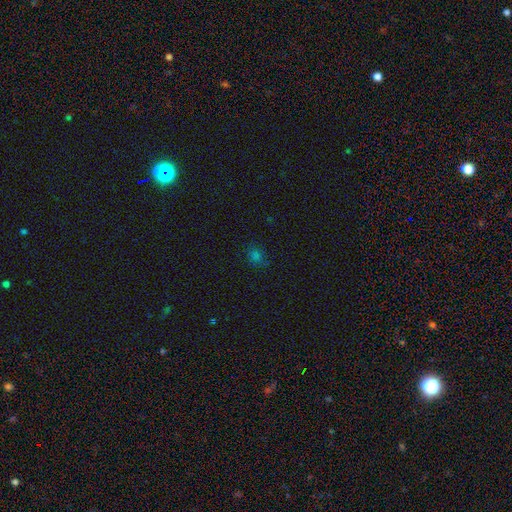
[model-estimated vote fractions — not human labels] A smooth galaxy with no disk features (64%) that is round (65%). Merging: none (80%).